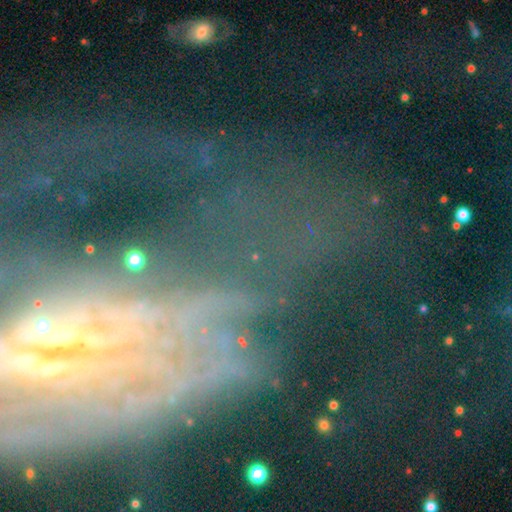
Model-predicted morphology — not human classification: This is marginally a star or artifact rather than a galaxy (43%).